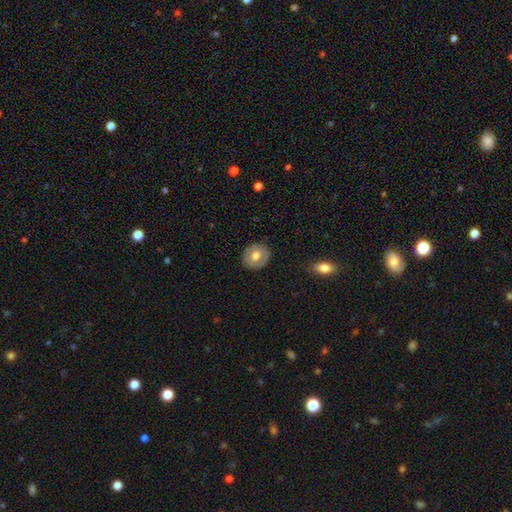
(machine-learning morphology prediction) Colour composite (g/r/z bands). It shows a smooth galaxy with no disk features (65%) that is round (80%). Merging: none (88%).